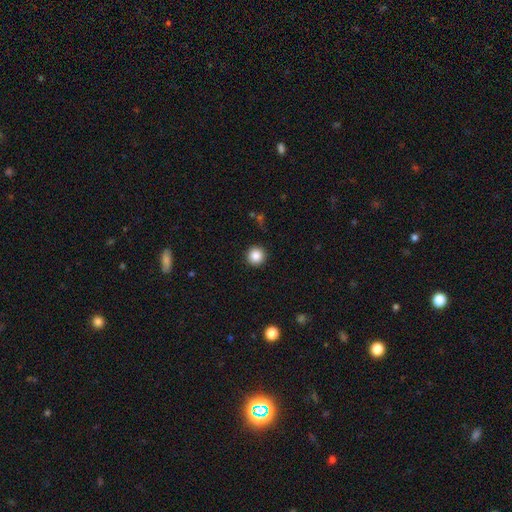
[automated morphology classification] Q: Smooth or featured?
A: smooth (87%); runner-up: star or artifact (10%)
Q: How rounded?
A: round (96%); runner-up: in between (3%)
Q: Merging?
A: none (92%); runner-up: minor disturbance (5%)